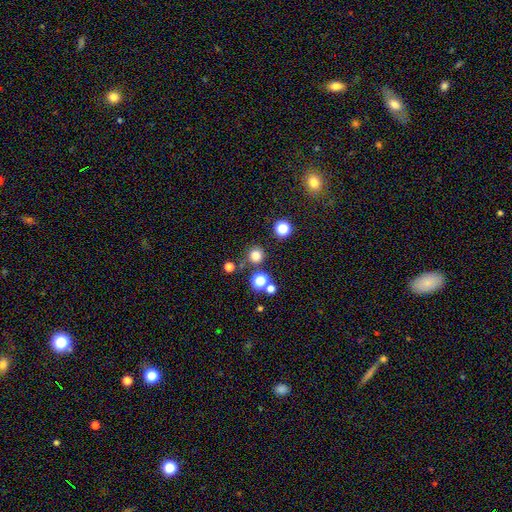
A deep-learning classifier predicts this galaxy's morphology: Overall: smooth (77%). How rounded: round (93%). Merging: none (82%).